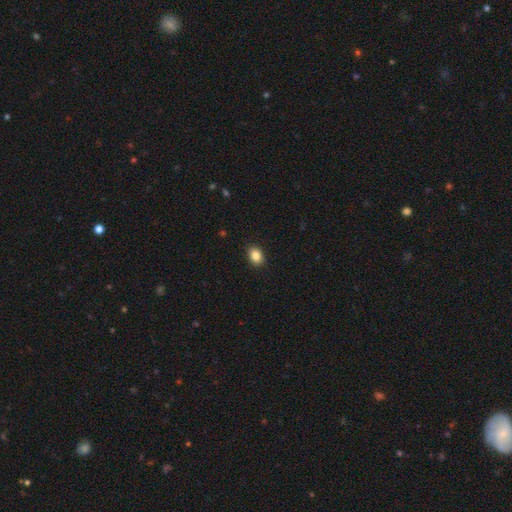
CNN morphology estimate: type=smooth (86%); roundness=in between (67%); merging=none (90%).